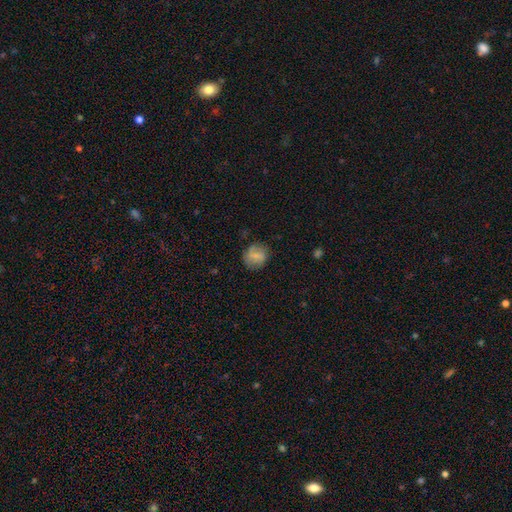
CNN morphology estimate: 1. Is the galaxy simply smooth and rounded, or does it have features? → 71% smooth, 20% featured or disk, 8% star or artifact.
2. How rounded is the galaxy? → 79% round, 20% in between, 1% cigar-shaped.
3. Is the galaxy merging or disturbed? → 77% none, 17% minor disturbance, 5% major disturbance, 1% merger.